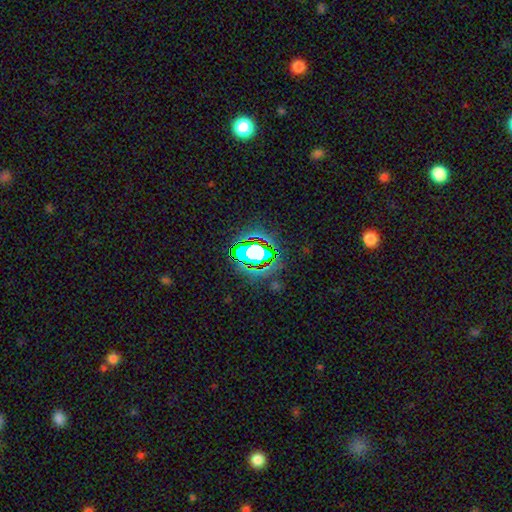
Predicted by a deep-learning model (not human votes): smooth-or-featured: star or artifact: 57% | smooth: 27% | featured or disk: 15%